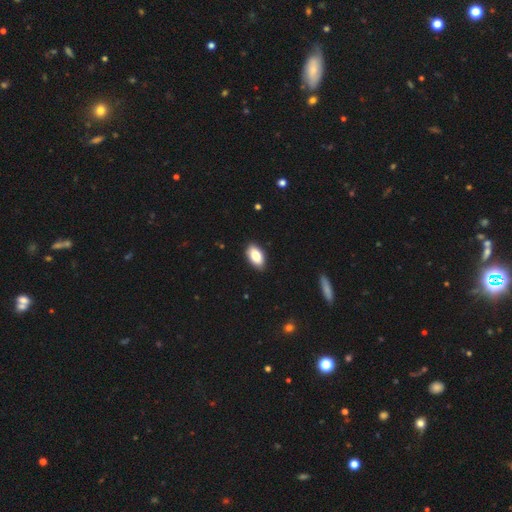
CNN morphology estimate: smooth_or_featured: smooth (p=0.82) [alt: featured or disk p=0.11]
how_rounded: in between (p=0.93) [alt: round p=0.04]
merging: none (p=0.88) [alt: minor disturbance p=0.09]